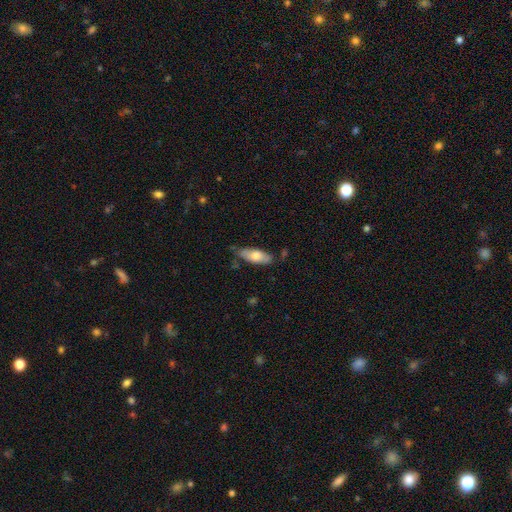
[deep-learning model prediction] A smooth galaxy with no disk features (69%) that is in between round and cigar-shaped (69%).

Vote fractions:
- Smooth or featured? smooth: 69% / featured or disk: 26% / star or artifact: 6%
- How rounded? in between: 69% / cigar-shaped: 28% / round: 2%
- Merging? none: 70% / minor disturbance: 23% / major disturbance: 4% / merger: 3%